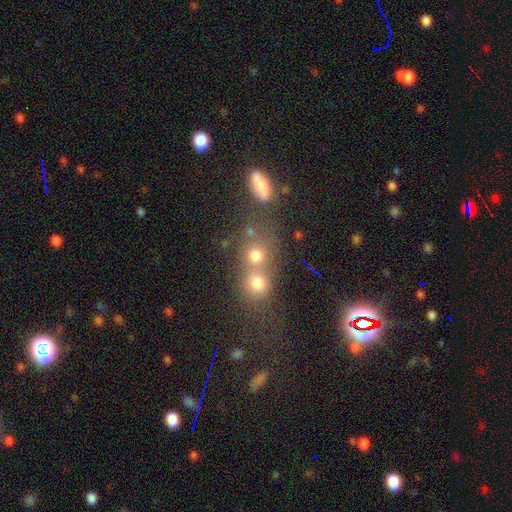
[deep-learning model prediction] The model was most divided on "merging": merger: 48%, none: 41%, minor disturbance: 7%, major disturbance: 4%. More confident: how rounded — round (77%); smooth or featured — smooth (66%).